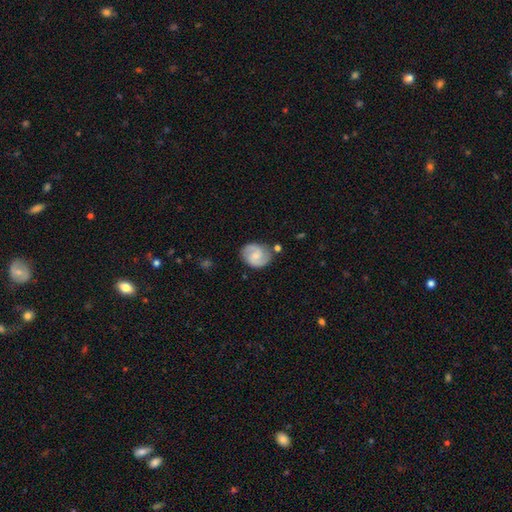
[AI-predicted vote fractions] A featured or disk galaxy (72%) with a weak bar (47%), 2 (90%) medium (51%) spiral arms (94%) and a small central bulge (53%).

Vote fractions:
- Smooth or featured? featured or disk: 72% / smooth: 22% / star or artifact: 6%
- Edge-on disk? no: 98% / yes: 2%
- Bar? weak: 47% / no: 44% / strong: 9%
- Spiral arms? yes: 94% / no: 6%
- Spiral winding? medium: 51% / tight: 28% / loose: 21%
- Spiral arm count? 2: 90% / can't tell: 5% / 1: 2% / 3: 2% / 4: 1% / more than 4: 1%
- Bulge size? small: 53% / moderate: 38% / none: 6% / large: 2% / dominant: 1%
- Merging? none: 77% / minor disturbance: 15% / merger: 4% / major disturbance: 4%